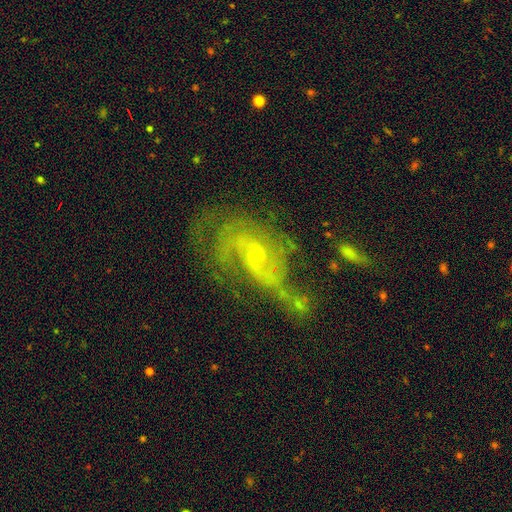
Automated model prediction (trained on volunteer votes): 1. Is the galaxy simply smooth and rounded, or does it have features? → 80% featured or disk, 10% star or artifact, 9% smooth.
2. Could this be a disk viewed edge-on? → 97% no, 3% yes.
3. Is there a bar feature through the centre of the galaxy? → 55% no, 37% weak, 7% strong.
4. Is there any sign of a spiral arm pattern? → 90% yes, 10% no.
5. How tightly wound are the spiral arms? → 45% medium, 29% loose, 26% tight.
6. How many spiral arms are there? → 40% 2, 26% can't tell, 15% 3, 8% 1, 6% 4, 5% more than 4.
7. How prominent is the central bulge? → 74% small, 18% moderate, 6% none, 1% large, 1% dominant.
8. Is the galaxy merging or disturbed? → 38% none, 29% major disturbance, 20% minor disturbance, 13% merger.